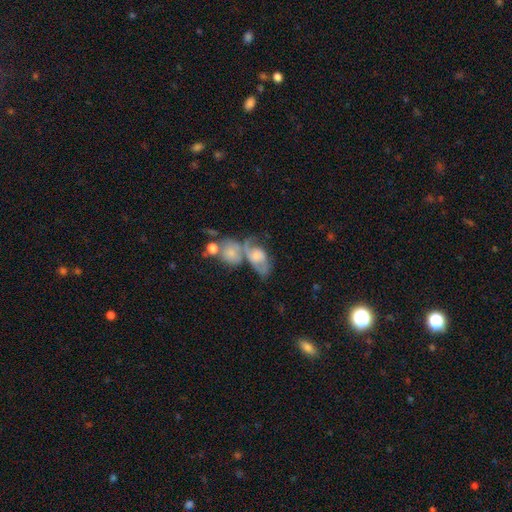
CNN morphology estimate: Smooth or featured? Predicted: featured or disk (p=0.53). Edge-on disk? Predicted: no (p=0.94). Bar? Predicted: no (p=0.72). Spiral arms? Predicted: yes (p=0.65). Bulge size? Predicted: moderate (p=0.41). Merging? Predicted: merger (p=0.56).